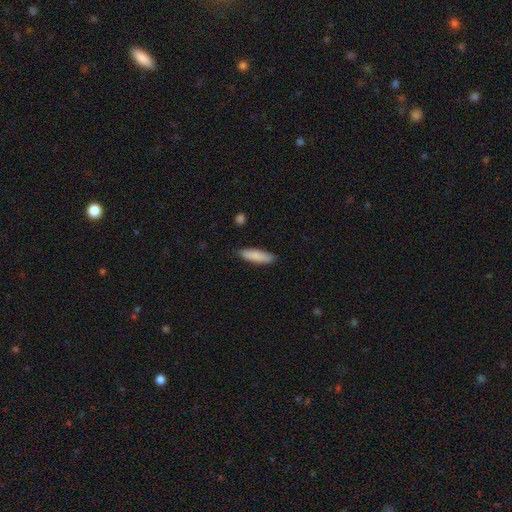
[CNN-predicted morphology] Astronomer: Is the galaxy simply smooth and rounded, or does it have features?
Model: smooth — 87%.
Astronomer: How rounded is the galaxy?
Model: cigar-shaped — 56% (runner-up: in between, 42%).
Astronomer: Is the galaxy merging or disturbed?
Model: none — 86%.